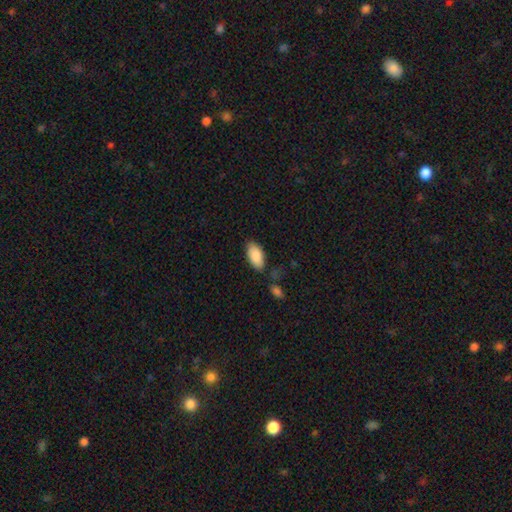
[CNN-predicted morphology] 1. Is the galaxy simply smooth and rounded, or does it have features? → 88% smooth, 6% star or artifact, 6% featured or disk.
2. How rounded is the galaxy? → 93% in between, 5% cigar-shaped, 2% round.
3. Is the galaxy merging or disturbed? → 78% none, 14% minor disturbance, 5% merger, 4% major disturbance.